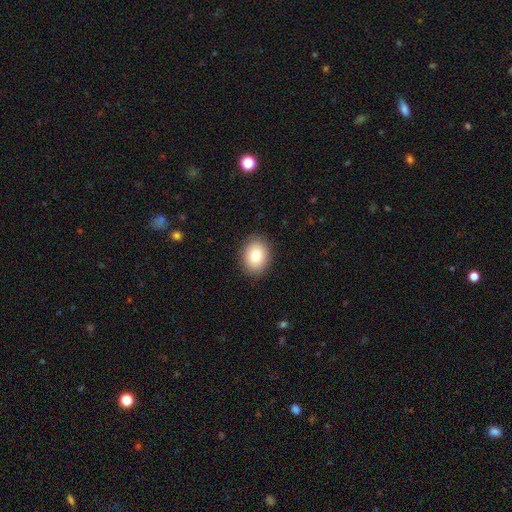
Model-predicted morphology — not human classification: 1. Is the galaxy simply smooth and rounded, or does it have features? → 81% smooth, 11% featured or disk, 9% star or artifact.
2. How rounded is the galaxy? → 54% in between, 45% round, 1% cigar-shaped.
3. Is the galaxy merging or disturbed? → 89% none, 8% minor disturbance, 2% major disturbance, 1% merger.